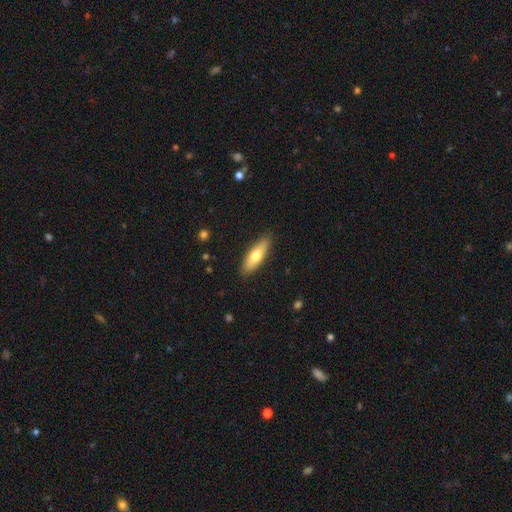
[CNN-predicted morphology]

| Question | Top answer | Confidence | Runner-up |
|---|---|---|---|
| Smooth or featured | smooth | 69% | featured or disk (26%) |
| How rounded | in between | 53% | cigar-shaped (45%) |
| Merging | none | 88% | minor disturbance (9%) |